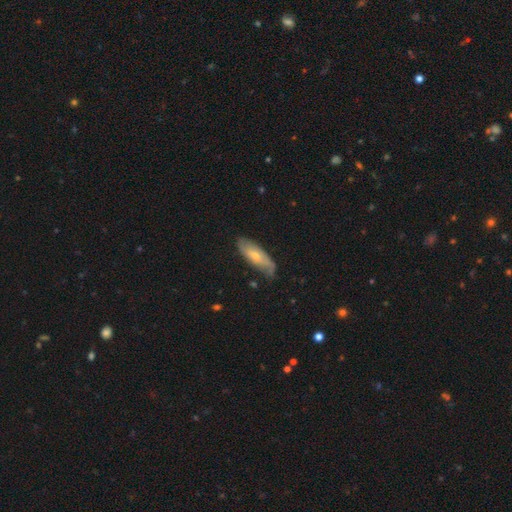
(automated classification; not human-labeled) Smooth or featured?
  - smooth: 52% *
  - featured or disk: 42%
  - star or artifact: 6%
How rounded?
  - in between: 62% *
  - cigar-shaped: 35%
  - round: 2%
Merging?
  - none: 66% *
  - minor disturbance: 26%
  - major disturbance: 6%
  - merger: 2%